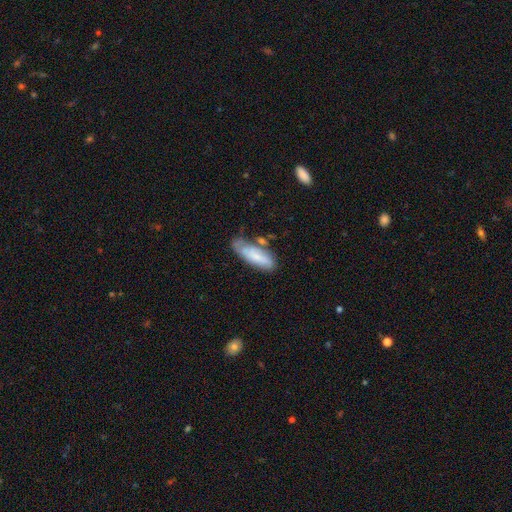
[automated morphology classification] Smooth or featured? smooth (65%)
How rounded? in between (61%)
Merging? none (48%)